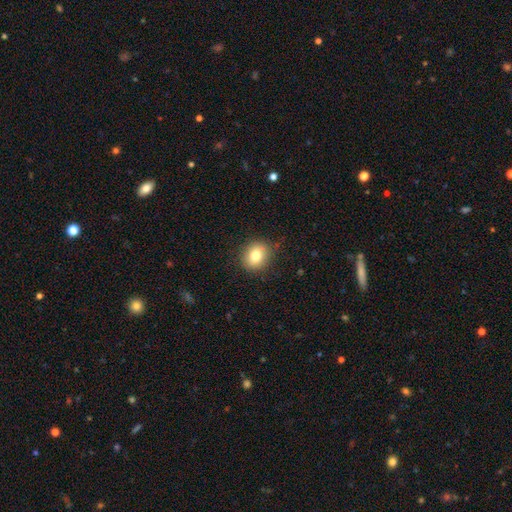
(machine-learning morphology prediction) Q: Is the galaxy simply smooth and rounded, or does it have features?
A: smooth — 79%.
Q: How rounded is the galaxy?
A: round — 66%.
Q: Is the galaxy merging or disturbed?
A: none — 85%.